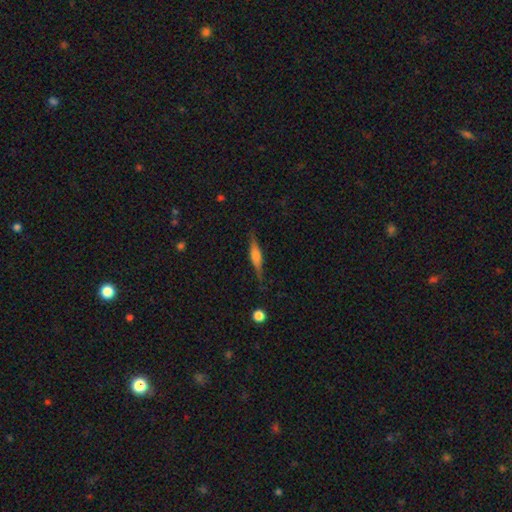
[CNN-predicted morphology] A featured or disk galaxy (61%) viewed edge-on (96%) with a rounded central bulge (73%).

Vote fractions:
- Smooth or featured? featured or disk: 61% / smooth: 32% / star or artifact: 7%
- Edge-on disk? yes: 96% / no: 4%
- Edge-on bulge? rounded: 73% / boxy: 21% / none: 7%
- Merging? none: 82% / minor disturbance: 13% / major disturbance: 3% / merger: 2%